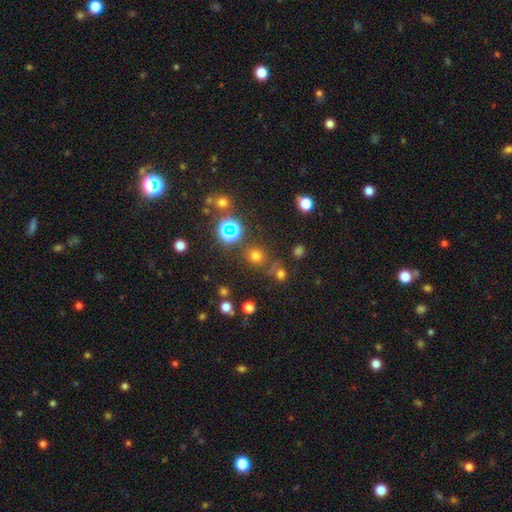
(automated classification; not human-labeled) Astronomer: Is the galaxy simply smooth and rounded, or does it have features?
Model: smooth — 63%.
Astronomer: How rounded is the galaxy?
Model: round — 88%.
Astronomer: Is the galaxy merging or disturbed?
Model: none — 79%.